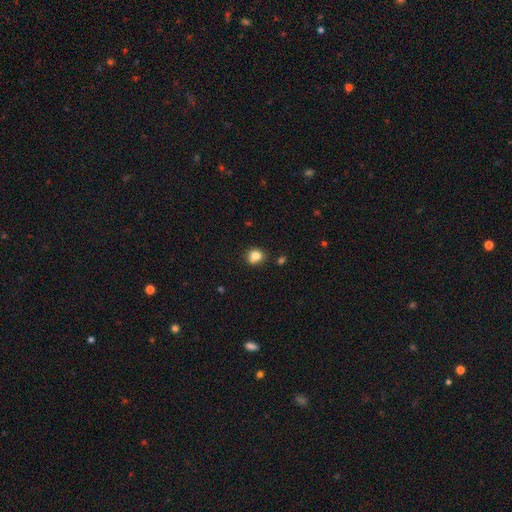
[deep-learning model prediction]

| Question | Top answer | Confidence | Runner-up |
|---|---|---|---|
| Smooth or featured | smooth | 78% | star or artifact (11%) |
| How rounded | round | 75% | in between (24%) |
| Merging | none | 56% | merger (25%) |